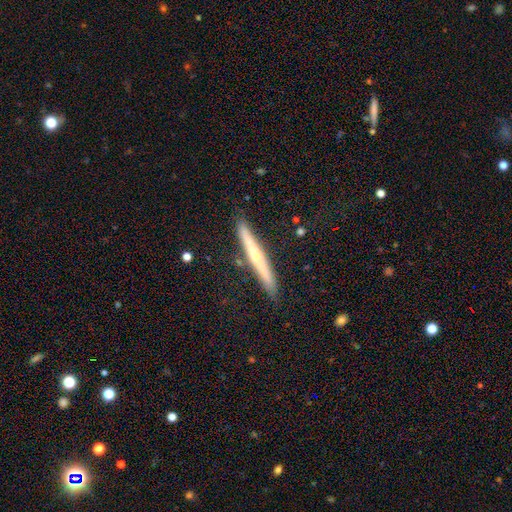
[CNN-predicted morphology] featured or disk 63%, smooth 31%, star or artifact 6%. Down the decision tree: edge-on disk — yes (96%); edge-on bulge — rounded (73%); merging — none (87%).